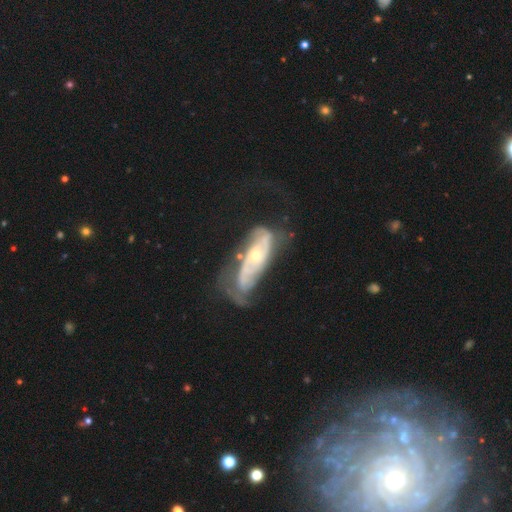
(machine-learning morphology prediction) A featured or disk galaxy (79%) with no bar (69%), 2 (51%) tight (43%) spiral arms (83%) and a small central bulge (55%).

Vote fractions:
- Smooth or featured? featured or disk: 79% / smooth: 15% / star or artifact: 6%
- Edge-on disk? no: 88% / yes: 12%
- Bar? no: 69% / weak: 22% / strong: 10%
- Spiral arms? yes: 83% / no: 17%
- Spiral winding? tight: 43% / medium: 35% / loose: 22%
- Spiral arm count? 2: 51% / can't tell: 33% / 1: 6% / 3: 6% / 4: 2% / more than 4: 2%
- Bulge size? small: 55% / moderate: 41% / large: 2% / none: 1% / dominant: 1%
- Merging? none: 38% / major disturbance: 32% / minor disturbance: 24% / merger: 6%